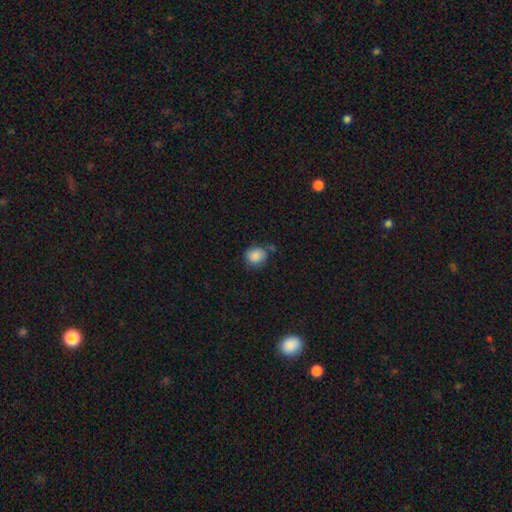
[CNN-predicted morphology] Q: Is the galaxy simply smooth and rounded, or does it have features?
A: smooth — 87%.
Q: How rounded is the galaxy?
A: round — 74%.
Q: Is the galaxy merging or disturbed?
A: none — 63%.